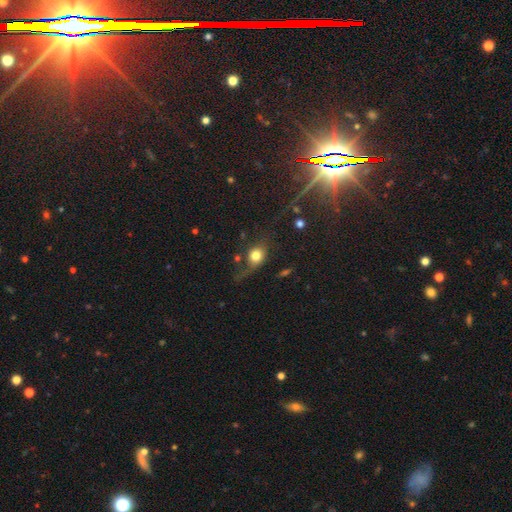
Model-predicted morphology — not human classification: smooth-or-featured: smooth: 71% | featured or disk: 17% | star or artifact: 12%
  how-rounded: round: 69% | in between: 28% | cigar-shaped: 2%
  merging: none: 47% | major disturbance: 25% | minor disturbance: 23% | merger: 5%